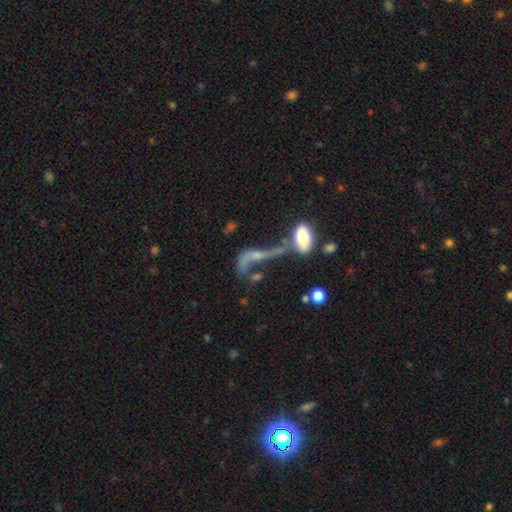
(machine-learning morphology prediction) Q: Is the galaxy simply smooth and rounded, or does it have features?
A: featured or disk — 56%.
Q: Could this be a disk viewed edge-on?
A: no — 76%.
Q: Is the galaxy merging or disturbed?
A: merger — 36%.